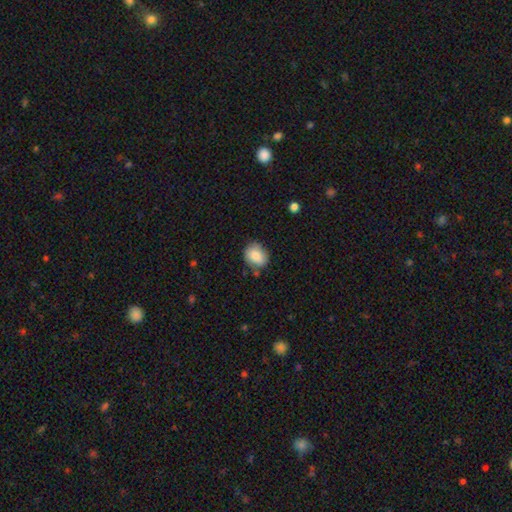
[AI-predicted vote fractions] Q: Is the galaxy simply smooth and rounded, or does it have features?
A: smooth — 82%.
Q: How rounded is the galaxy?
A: in between — 51%.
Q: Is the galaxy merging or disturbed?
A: none — 72%.